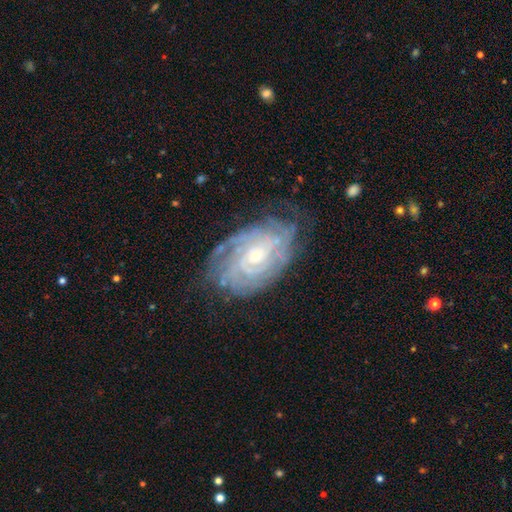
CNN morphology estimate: This is clearly a featured or disk galaxy (87%). It is clearly not viewed edge-on (96%). Bar: likely no (65%). Spiral arm pattern: clearly yes (96%). Spiral arm count: marginally can't tell (37%). Spiral winding: likely tight (77%). Central bulge: likely small (67%). Merging: likely none (70%).